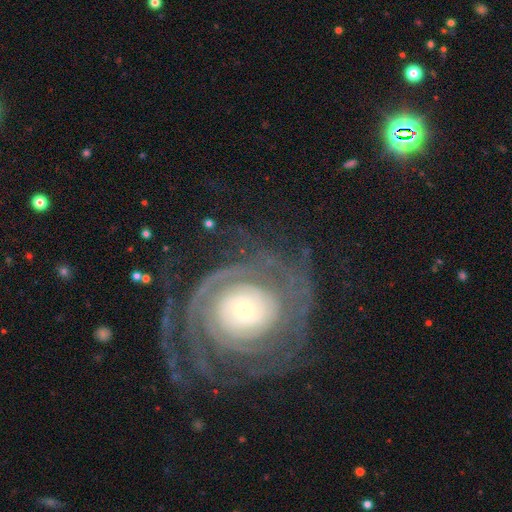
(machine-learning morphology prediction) type=featured or disk (80%); edge-on=no (96%); bar=no (80%); spiral arms=yes (88%); winding=tight (77%); arm count=can't tell (42%); bulge=small (48%); merging=none (73%).